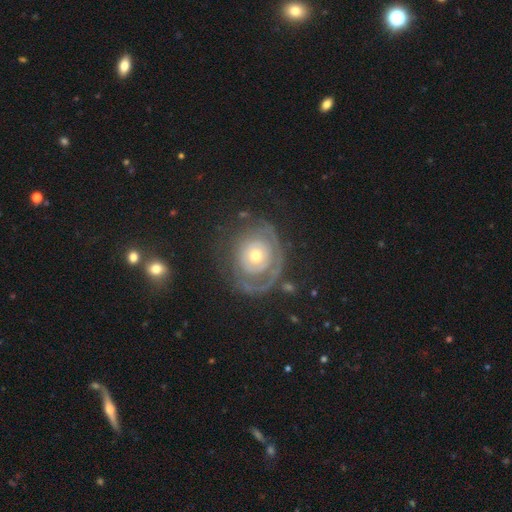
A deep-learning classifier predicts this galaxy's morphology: This appears to be a featured or disk galaxy (71%) with no bar (87%), spiral arms (60%) and a moderate central bulge (48%). Merging: none (61%).